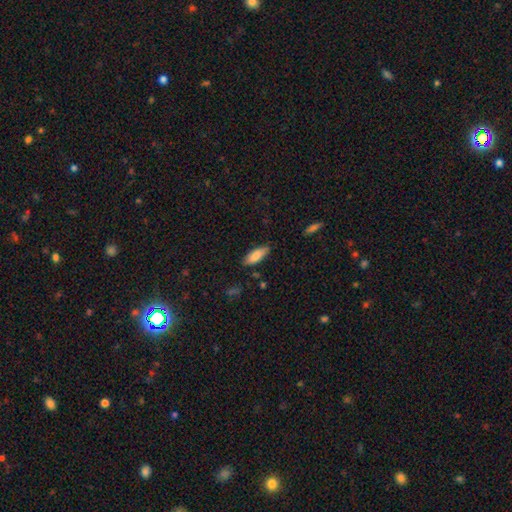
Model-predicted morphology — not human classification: type=smooth (83%); roundness=in between (67%); merging=none (82%).